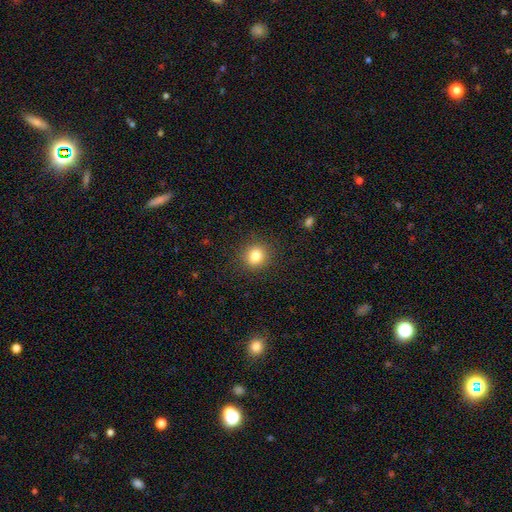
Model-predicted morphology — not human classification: smooth 81%, star or artifact 11%, featured or disk 7%. Down the decision tree: how rounded — round (82%); merging — none (87%).